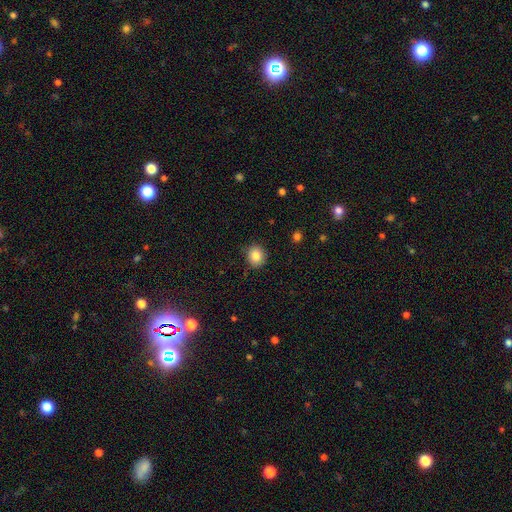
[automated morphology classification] Smooth or featured? smooth (85%)
How rounded? round (79%)
Merging? none (85%)